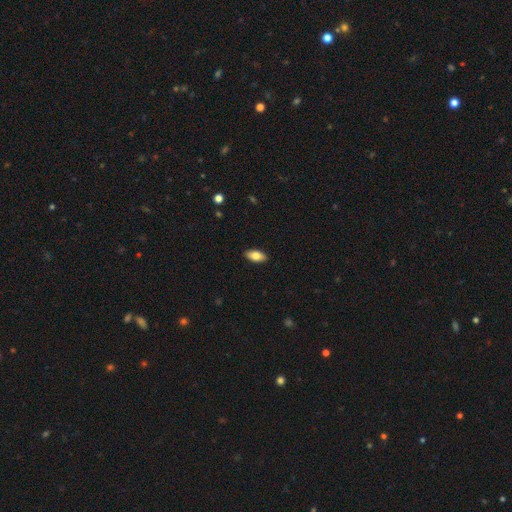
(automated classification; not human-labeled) Q: Smooth or featured?
A: smooth (82%); runner-up: featured or disk (11%)
Q: How rounded?
A: in between (91%); runner-up: cigar-shaped (6%)
Q: Merging?
A: none (90%); runner-up: minor disturbance (7%)